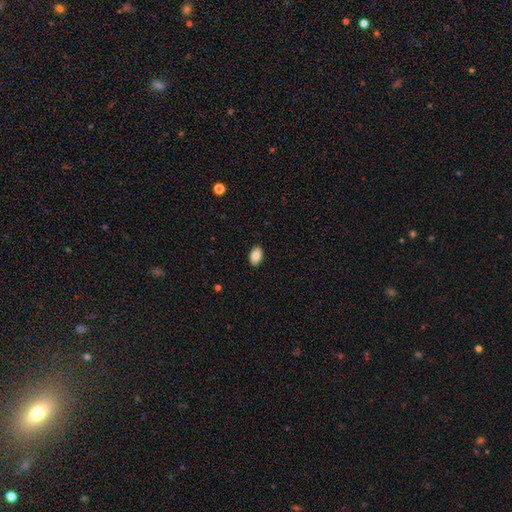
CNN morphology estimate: smooth_or_featured: smooth (p=0.89) [alt: star or artifact p=0.07]
how_rounded: in between (p=0.91) [alt: round p=0.07]
merging: none (p=0.88) [alt: minor disturbance p=0.09]